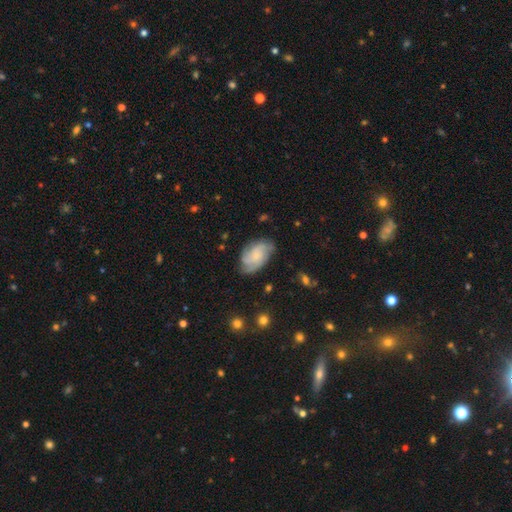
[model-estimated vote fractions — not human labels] smooth_or_featured: featured or disk (p=0.64) [alt: smooth p=0.29]
disk_edge_on: no (p=0.97) [alt: yes p=0.03]
bar: no (p=0.71) [alt: weak p=0.25]
has_spiral_arms: yes (p=0.92) [alt: no p=0.08]
spiral_winding: medium (p=0.42) [alt: tight p=0.41]
spiral_arm_count: 3 (p=0.32) [alt: can't tell p=0.27]
bulge_size: small (p=0.46) [alt: none p=0.25]
merging: none (p=0.70) [alt: minor disturbance p=0.21]